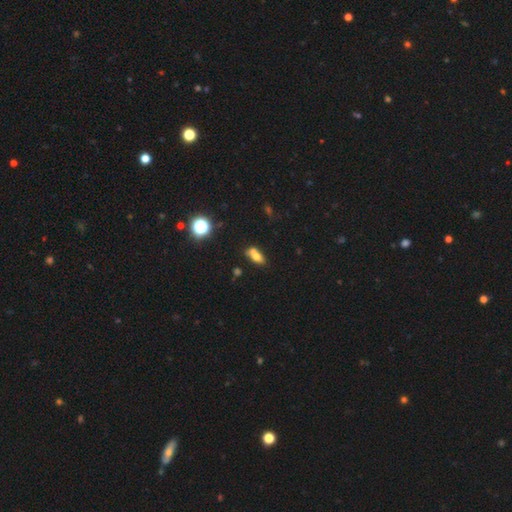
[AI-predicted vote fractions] Overall: smooth (67%). How rounded: in between (75%). Merging: merger (47%; none 36%).